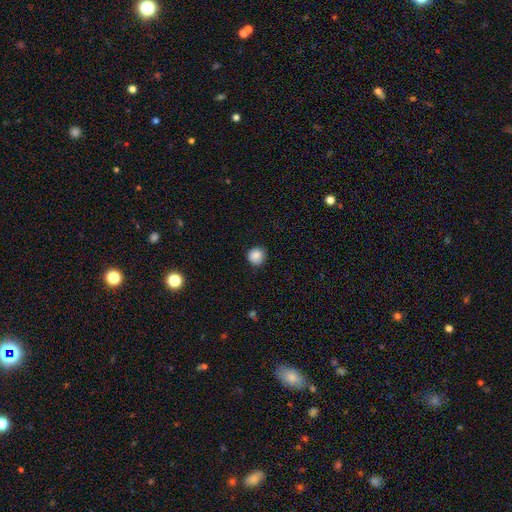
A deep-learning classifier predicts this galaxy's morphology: Overall: smooth (87%). How rounded: round (91%). Merging: none (82%).